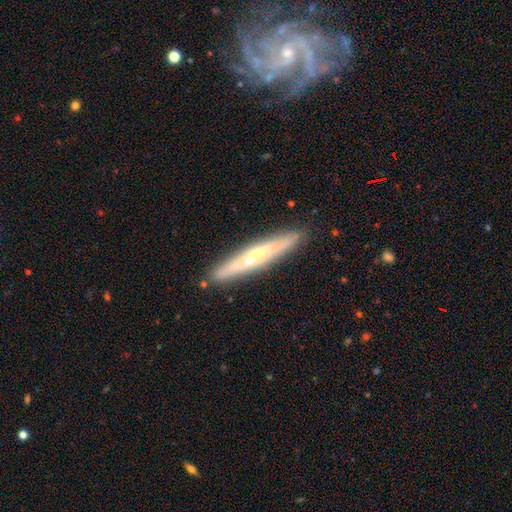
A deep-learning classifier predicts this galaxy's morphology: featured or disk 58%, smooth 36%, star or artifact 6%. Down the decision tree: edge-on disk — yes (88%); edge-on bulge — none (50%); merging — none (86%).